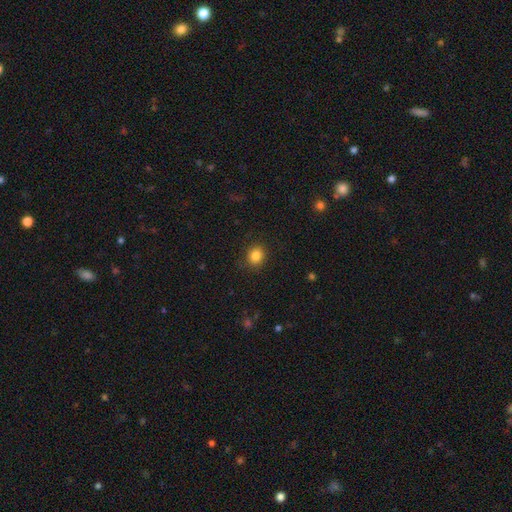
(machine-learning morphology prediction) smooth-or-featured: smooth: 84% | star or artifact: 11% | featured or disk: 5%
  how-rounded: round: 77% | in between: 22% | cigar-shaped: 1%
  merging: none: 89% | minor disturbance: 8% | major disturbance: 2% | merger: 1%